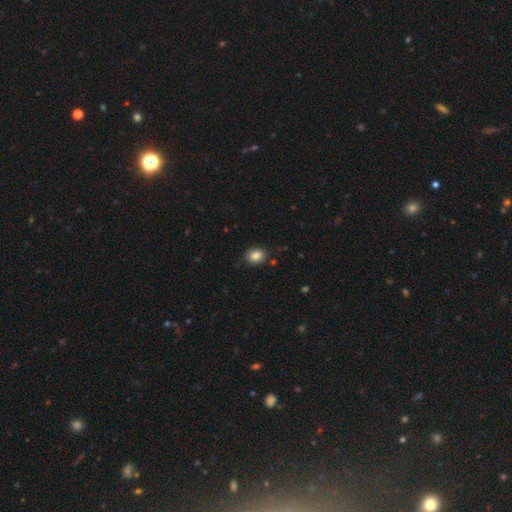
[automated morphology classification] Smooth or featured? smooth (86%)
How rounded? in between (60%)
Merging? none (83%)